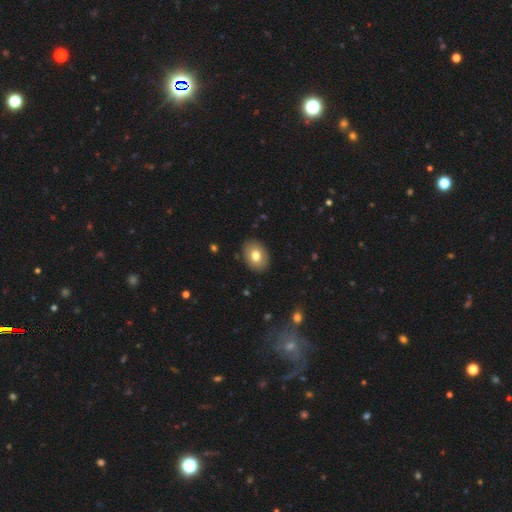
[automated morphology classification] A smooth galaxy with no disk features (75%) that is in between round and cigar-shaped (72%).

Vote fractions:
- Smooth or featured? smooth: 75% / featured or disk: 17% / star or artifact: 8%
- How rounded? in between: 72% / round: 27% / cigar-shaped: 1%
- Merging? none: 89% / minor disturbance: 8% / major disturbance: 2% / merger: 1%